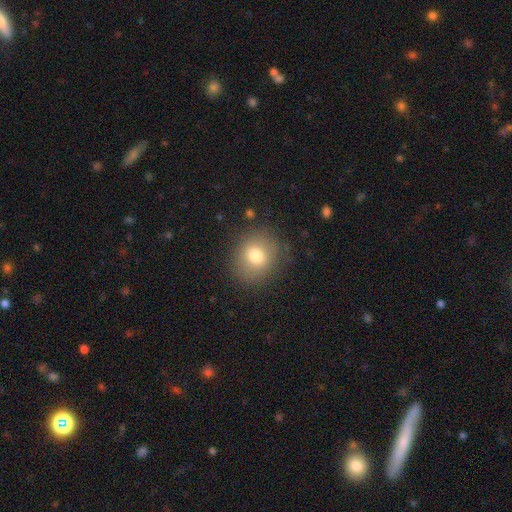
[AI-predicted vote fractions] Morphology: type=smooth (76%); roundness=round (74%); merging=none (84%).